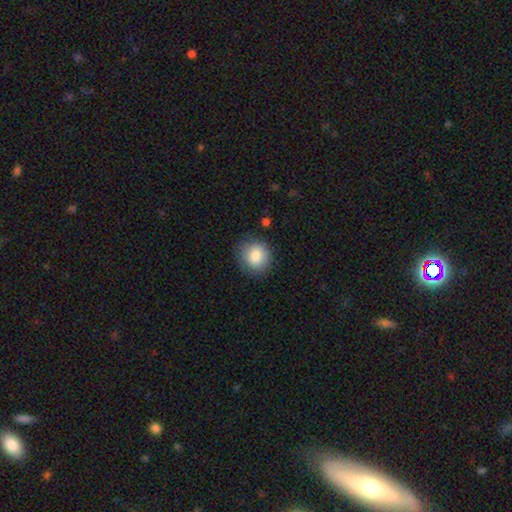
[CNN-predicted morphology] Smooth or featured? smooth (83%)
How rounded? round (82%)
Merging? none (81%)